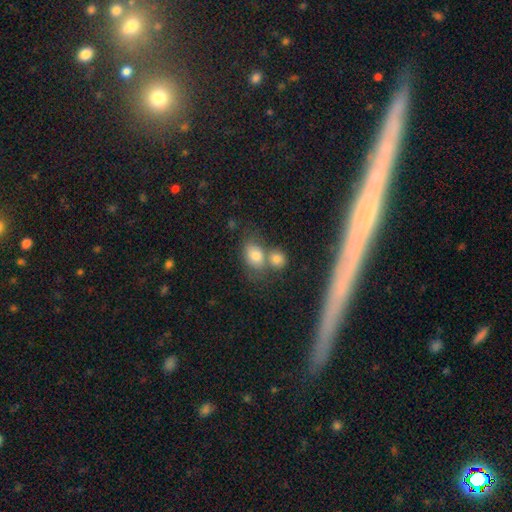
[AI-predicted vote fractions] Morphology: type=smooth (74%); roundness=in between (68%); merging=none (50%).